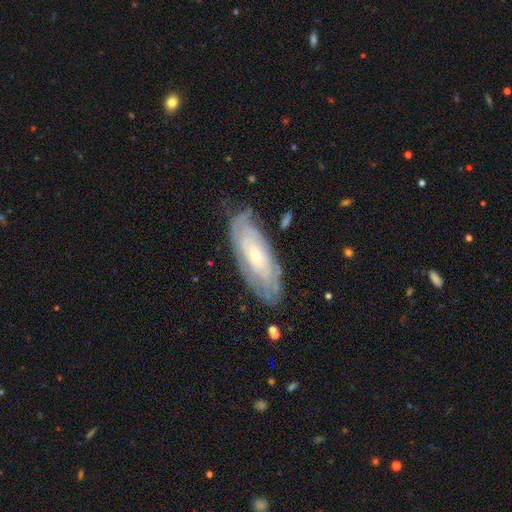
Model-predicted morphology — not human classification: featured or disk 75%, smooth 19%, star or artifact 6%. Down the decision tree: edge-on disk — no (87%); bar — no (76%); spiral arms — yes (85%); spiral arm count — can't tell (63%); spiral winding — tight (79%); bulge size — small (71%); merging — none (76%).